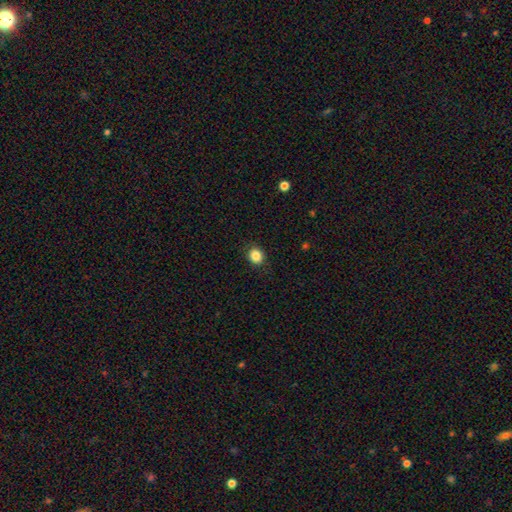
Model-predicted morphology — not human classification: Smooth or featured: smooth — 85% (star or artifact — 10%)
How rounded: round — 73% (in between — 27%)
Merging: none — 89% (minor disturbance — 8%)